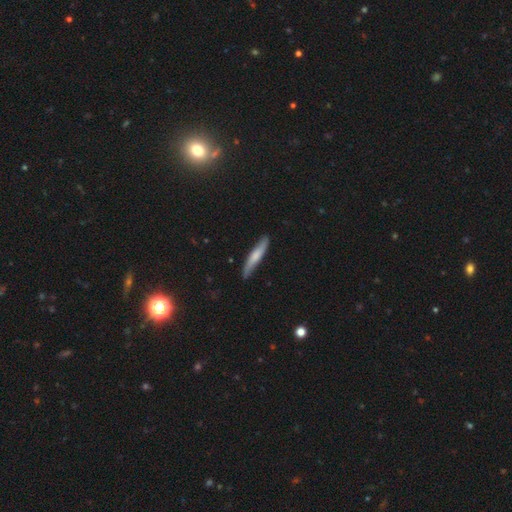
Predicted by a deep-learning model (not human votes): This is possibly a smooth galaxy (59%). How rounded: clearly cigar-shaped (91%). Merging: clearly none (82%).